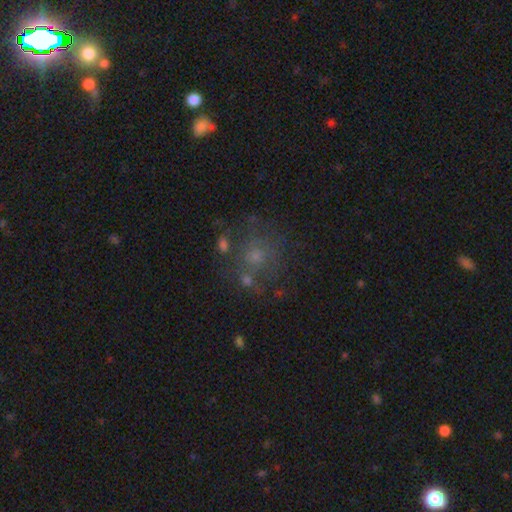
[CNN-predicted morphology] The model was most divided on "smooth or featured": smooth: 49%, featured or disk: 28%, star or artifact: 23%. More confident: merging — none (61%).